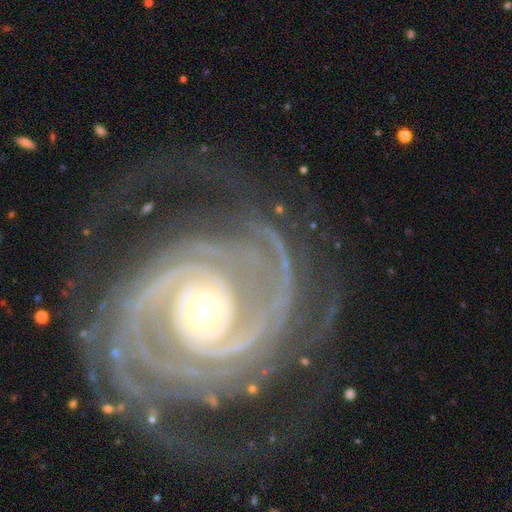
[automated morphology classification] A featured or disk galaxy (88%) with no bar (63%), 2 (43%) tight (67%) spiral arms (97%) and a small central bulge (52%).

Vote fractions:
- Smooth or featured? featured or disk: 88% / star or artifact: 7% / smooth: 5%
- Edge-on disk? no: 97% / yes: 3%
- Bar? no: 63% / weak: 19% / strong: 17%
- Spiral arms? yes: 97% / no: 3%
- Spiral winding? tight: 67% / medium: 25% / loose: 8%
- Spiral arm count? 2: 43% / 3: 16% / can't tell: 13% / 4: 10% / more than 4: 9% / 1: 8%
- Bulge size? small: 52% / moderate: 41% / large: 4% / dominant: 2% / none: 1%
- Merging? none: 63% / major disturbance: 16% / minor disturbance: 16% / merger: 5%